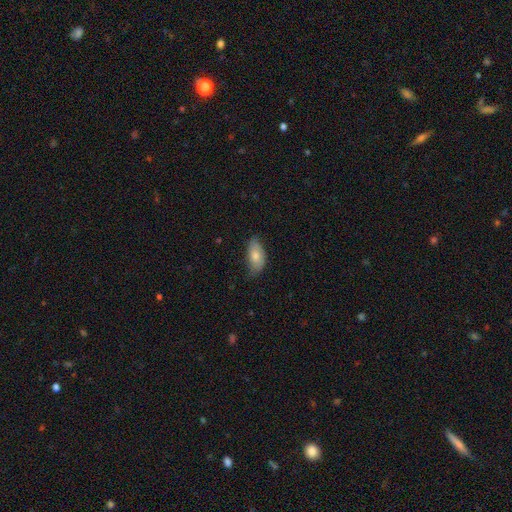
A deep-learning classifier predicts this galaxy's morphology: smooth 75%, featured or disk 19%, star or artifact 6%. Down the decision tree: how rounded — in between (92%); merging — none (65%).